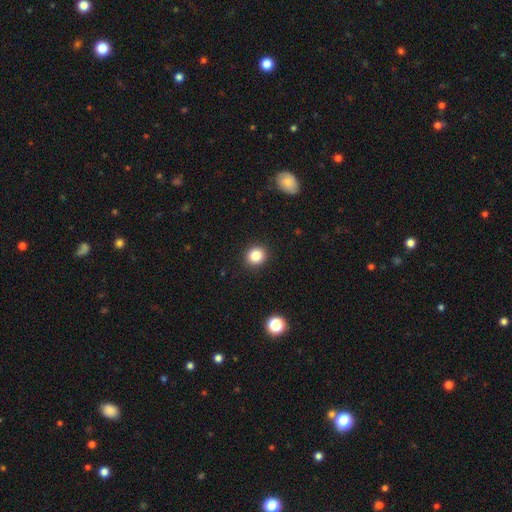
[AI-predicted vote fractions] smooth-or-featured: smooth: 84% | star or artifact: 11% | featured or disk: 5%
  how-rounded: round: 86% | in between: 13% | cigar-shaped: 1%
  merging: none: 91% | minor disturbance: 6% | major disturbance: 2% | merger: 1%